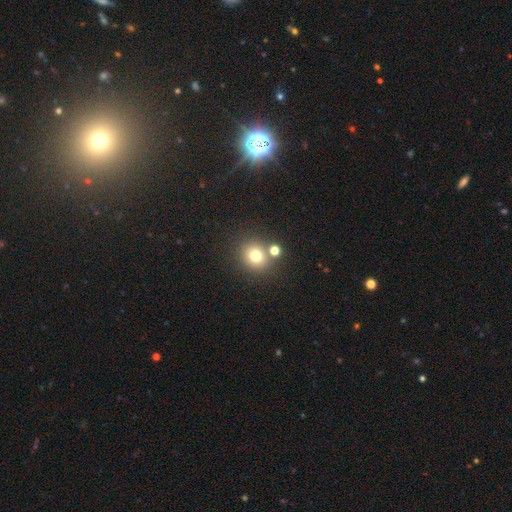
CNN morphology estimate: Q: Smooth or featured?
A: smooth (75%); runner-up: star or artifact (16%)
Q: How rounded?
A: round (84%); runner-up: in between (15%)
Q: Merging?
A: none (73%); runner-up: merger (16%)